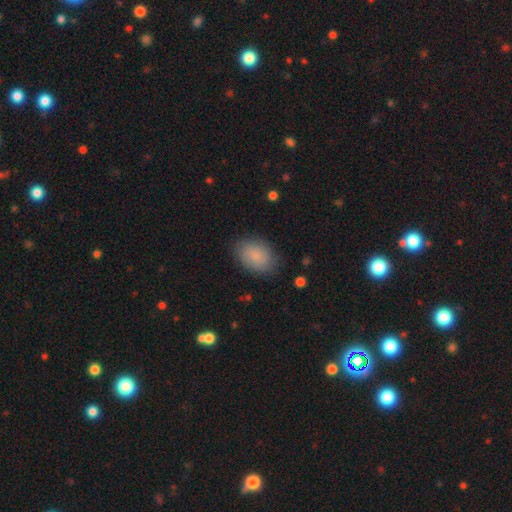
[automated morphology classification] Smooth or featured?
  - smooth: 84% *
  - featured or disk: 9%
  - star or artifact: 7%
How rounded?
  - in between: 81% *
  - round: 17%
  - cigar-shaped: 1%
Merging?
  - none: 82% *
  - minor disturbance: 13%
  - major disturbance: 4%
  - merger: 1%